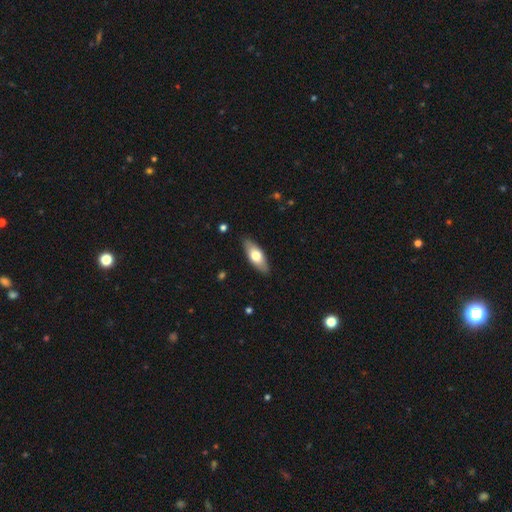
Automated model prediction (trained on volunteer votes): Smooth or featured?
  - smooth: 64% *
  - featured or disk: 30%
  - star or artifact: 5%
How rounded?
  - in between: 74% *
  - cigar-shaped: 24%
  - round: 2%
Merging?
  - none: 88% *
  - minor disturbance: 9%
  - major disturbance: 2%
  - merger: 1%